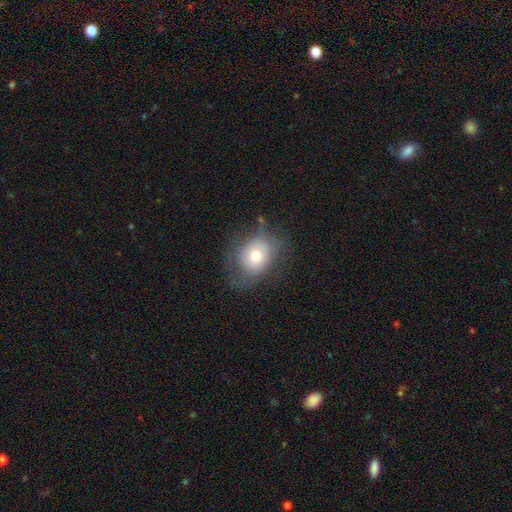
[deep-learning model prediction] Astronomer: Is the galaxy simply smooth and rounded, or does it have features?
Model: smooth — 67%.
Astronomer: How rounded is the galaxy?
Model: round — 51% (runner-up: in between, 48%).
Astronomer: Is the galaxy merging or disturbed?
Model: none — 59%.